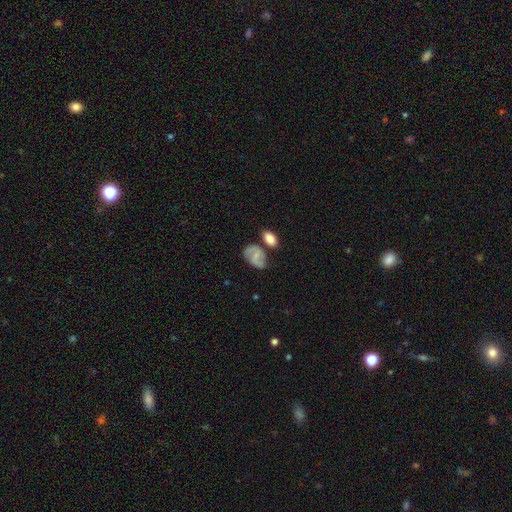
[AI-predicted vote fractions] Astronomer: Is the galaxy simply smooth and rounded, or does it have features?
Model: featured or disk — 58% (runner-up: smooth, 34%).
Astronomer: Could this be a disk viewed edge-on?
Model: no — 97%.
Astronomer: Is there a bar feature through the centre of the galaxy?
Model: no — 46% (runner-up: weak, 43%).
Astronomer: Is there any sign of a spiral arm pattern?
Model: yes — 86%.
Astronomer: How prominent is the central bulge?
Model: small — 56%.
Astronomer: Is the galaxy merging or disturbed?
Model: none — 54%.